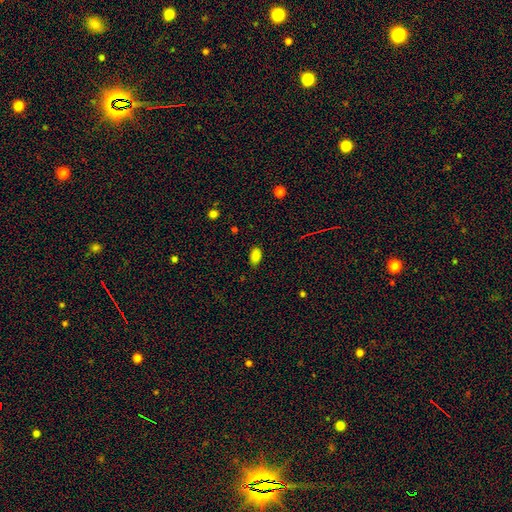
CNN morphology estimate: This is clearly a smooth galaxy (84%). How rounded: clearly in between (91%). Merging: clearly none (82%).